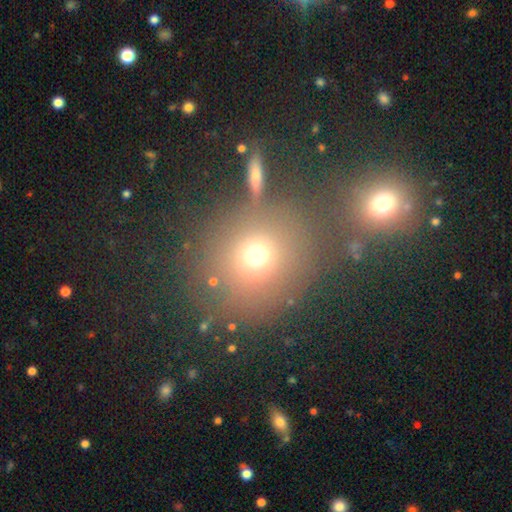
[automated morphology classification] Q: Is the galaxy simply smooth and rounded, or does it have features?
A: smooth — 69%.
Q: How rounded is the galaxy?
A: round — 83%.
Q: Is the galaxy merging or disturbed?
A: none — 66%.